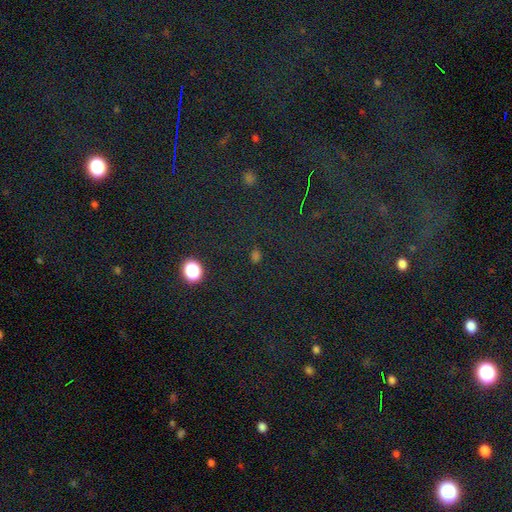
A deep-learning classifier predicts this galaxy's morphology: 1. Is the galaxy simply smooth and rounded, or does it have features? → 50% star or artifact, 42% smooth, 7% featured or disk.